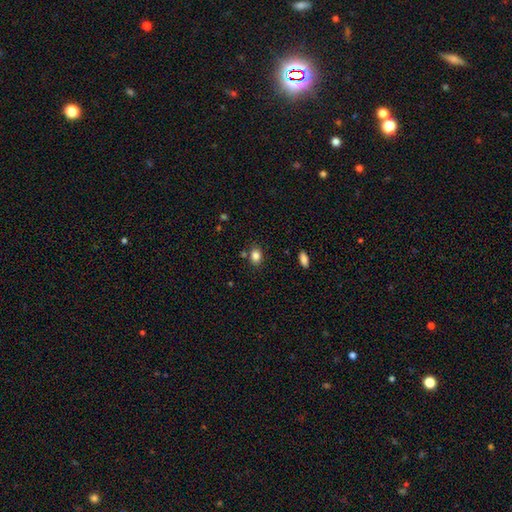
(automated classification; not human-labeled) Smooth or featured? smooth (84%)
How rounded? in between (67%)
Merging? none (78%)